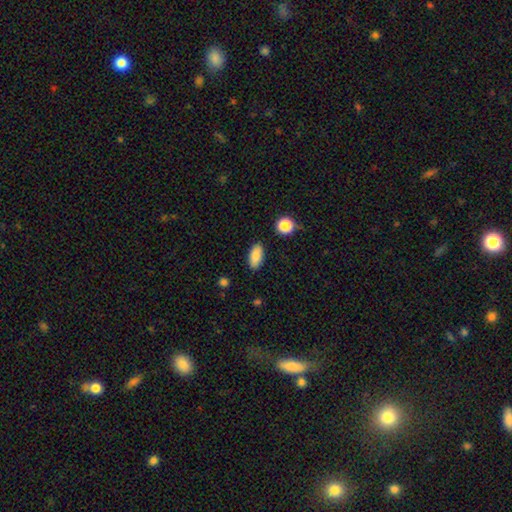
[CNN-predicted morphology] smooth_or_featured: smooth (p=0.86) [alt: star or artifact p=0.08]
how_rounded: in between (p=0.90) [alt: cigar-shaped p=0.06]
merging: none (p=0.87) [alt: minor disturbance p=0.09]